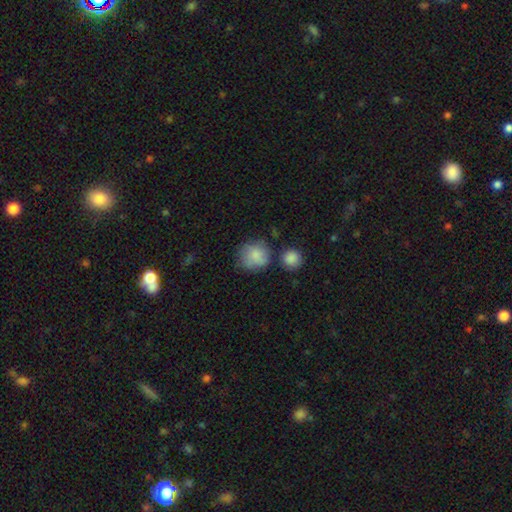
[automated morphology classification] Smooth or featured? Predicted: smooth (p=0.81). How rounded? Predicted: round (p=0.86). Merging? Predicted: none (p=0.61).